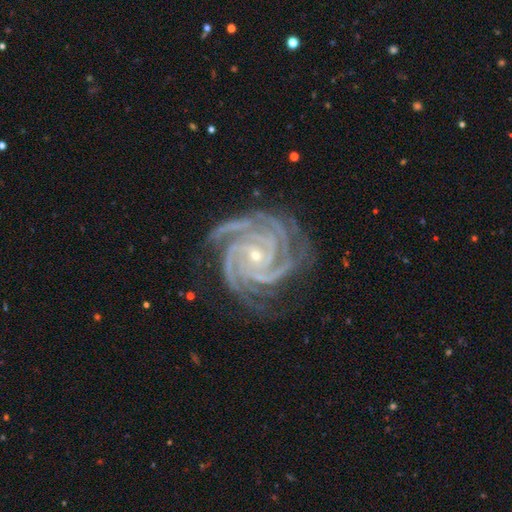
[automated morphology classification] smooth-or-featured: featured or disk: 94% | star or artifact: 4% | smooth: 2%
  disk-edge-on: no: 98% | yes: 2%
    bar: no: 65% | weak: 20% | strong: 15%
    has-spiral-arms: yes: 99% | no: 1%
      spiral-winding: tight: 81% | medium: 17% | loose: 2%
      spiral-arm-count: 4: 44% | 3: 26% | more than 4: 13% | 2: 6% | can't tell: 6% | 1: 5%
    bulge-size: small: 77% | moderate: 21% | none: 1% | large: 1% | dominant: 1%
  merging: none: 77% | minor disturbance: 17% | major disturbance: 5% | merger: 1%